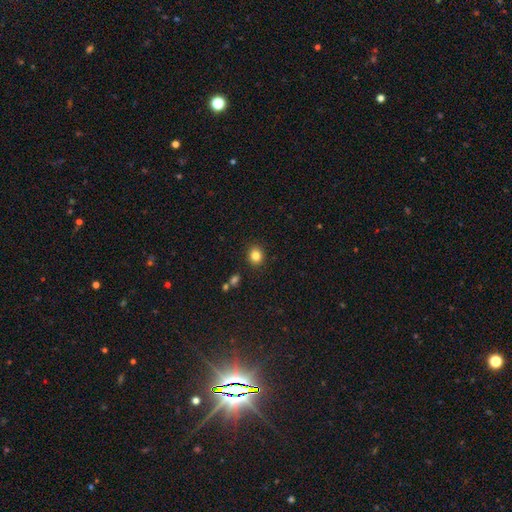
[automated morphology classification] A smooth galaxy with no disk features (83%) that is round (74%). Merging: none (89%).